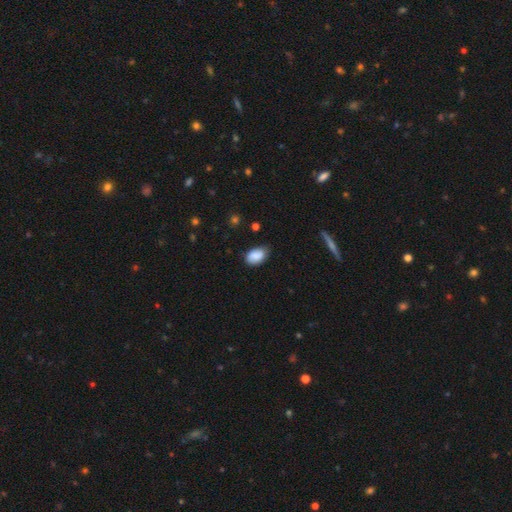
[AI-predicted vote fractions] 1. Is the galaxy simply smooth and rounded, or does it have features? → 86% smooth, 7% featured or disk, 7% star or artifact.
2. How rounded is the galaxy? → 90% in between, 9% round, 1% cigar-shaped.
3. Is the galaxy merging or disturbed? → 69% none, 26% minor disturbance, 4% major disturbance, 2% merger.